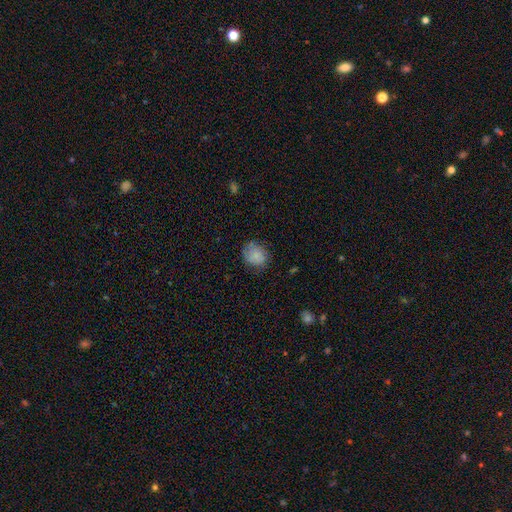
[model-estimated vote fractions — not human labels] Morphology: type=smooth (77%); roundness=round (75%); merging=none (71%).